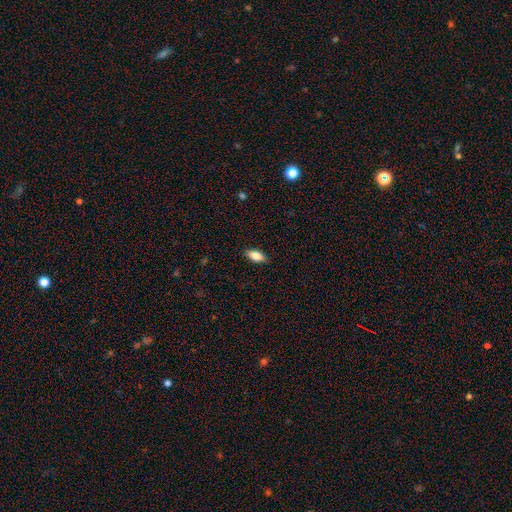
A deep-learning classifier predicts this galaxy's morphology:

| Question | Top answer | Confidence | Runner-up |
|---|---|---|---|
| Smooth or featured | smooth | 85% | featured or disk (8%) |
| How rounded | in between | 86% | cigar-shaped (11%) |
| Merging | none | 87% | minor disturbance (10%) |